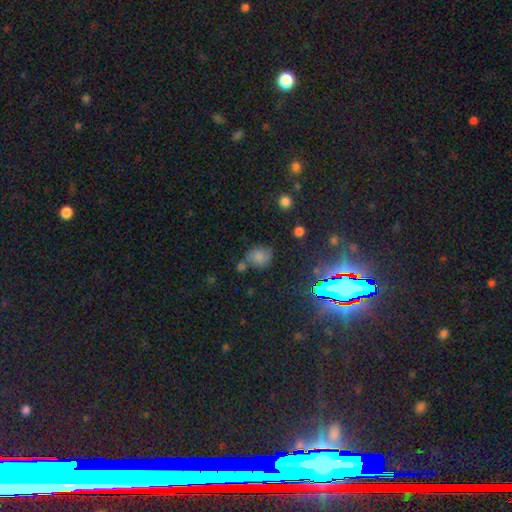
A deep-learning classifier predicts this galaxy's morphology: Smooth or featured?
  - star or artifact: 58% *
  - smooth: 32%
  - featured or disk: 10%